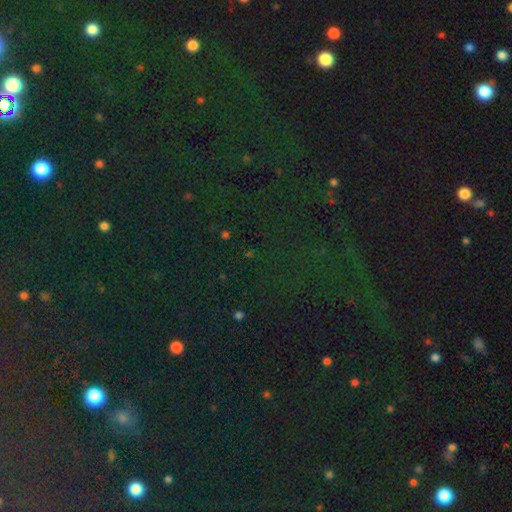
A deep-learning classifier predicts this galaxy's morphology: A star or artifact, not a galaxy (78%).

Vote fractions:
- Smooth or featured? star or artifact: 78% / smooth: 14% / featured or disk: 8%